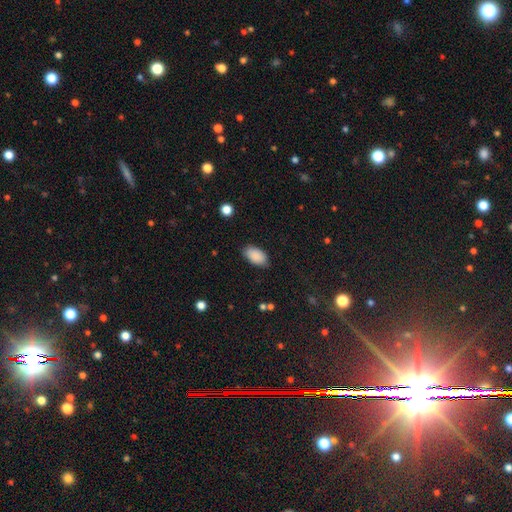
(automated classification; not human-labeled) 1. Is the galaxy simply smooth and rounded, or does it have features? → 89% smooth, 7% star or artifact, 4% featured or disk.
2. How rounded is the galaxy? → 94% in between, 4% round, 2% cigar-shaped.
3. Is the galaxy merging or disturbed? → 84% none, 12% minor disturbance, 3% major disturbance, 1% merger.